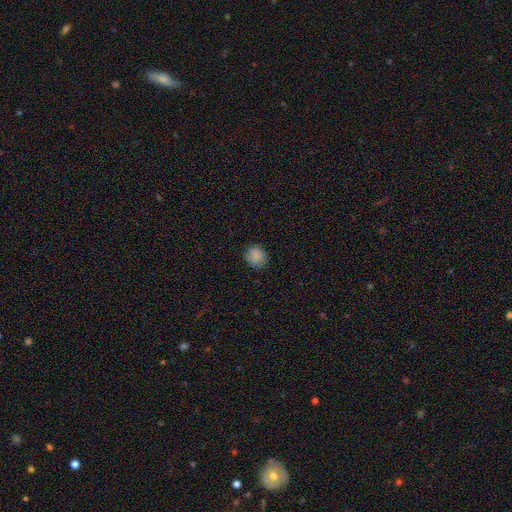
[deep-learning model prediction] Q: Smooth or featured?
A: smooth (85%); runner-up: star or artifact (9%)
Q: How rounded?
A: round (86%); runner-up: in between (14%)
Q: Merging?
A: none (81%); runner-up: minor disturbance (14%)